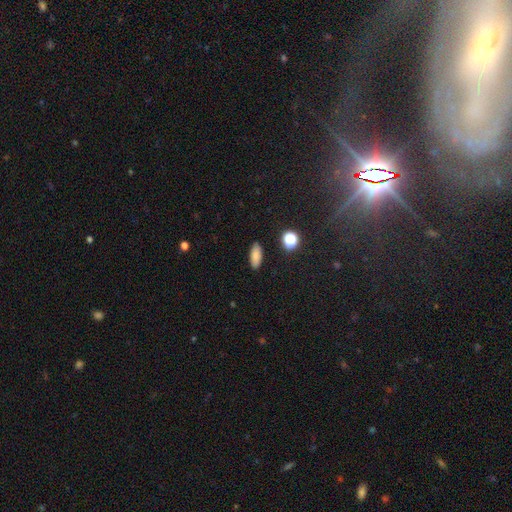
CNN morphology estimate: This is clearly a smooth galaxy (83%). How rounded: clearly in between (81%). Merging: clearly none (88%).